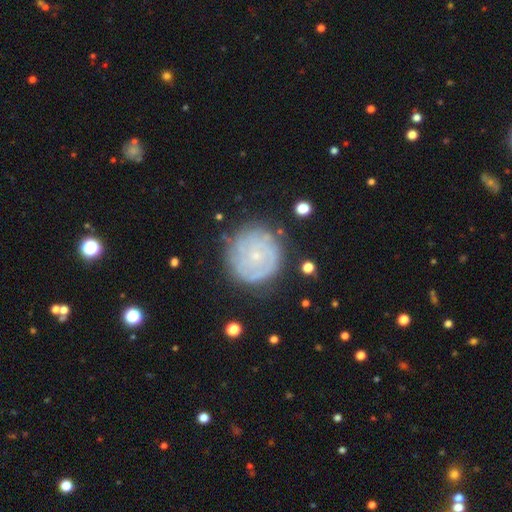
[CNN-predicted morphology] A featured or disk galaxy (67%) with no bar (82%), tight (76%) spiral arms (81%) and a small central bulge (84%).

Vote fractions:
- Smooth or featured? featured or disk: 67% / smooth: 25% / star or artifact: 8%
- Edge-on disk? no: 98% / yes: 2%
- Bar? no: 82% / weak: 15% / strong: 3%
- Spiral arms? yes: 81% / no: 19%
- Spiral winding? tight: 76% / medium: 18% / loose: 6%
- Spiral arm count? can't tell: 47% / 2: 21% / 3: 13% / 4: 8% / 1: 6% / more than 4: 5%
- Bulge size? small: 84% / moderate: 10% / none: 3% / large: 1% / dominant: 1%
- Merging? none: 77% / minor disturbance: 16% / major disturbance: 6% / merger: 2%